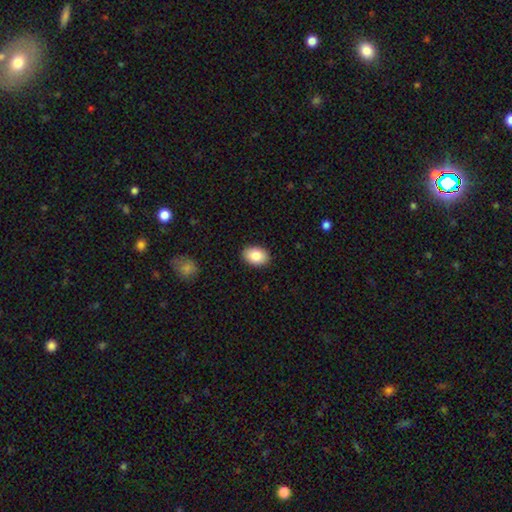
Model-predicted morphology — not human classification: Smooth or featured? smooth (85%)
How rounded? in between (82%)
Merging? none (89%)